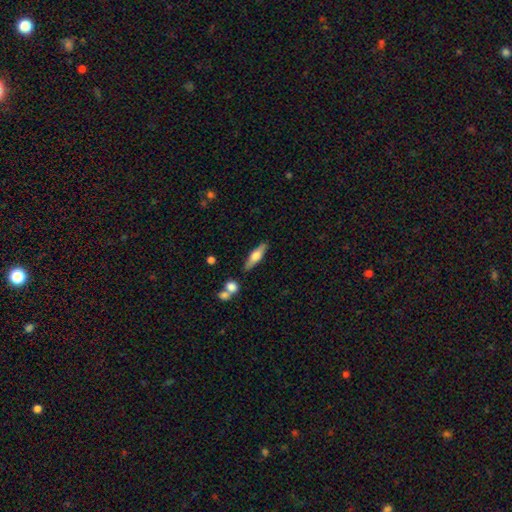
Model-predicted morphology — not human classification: A smooth galaxy with no disk features (54%) that is cigar-shaped (62%). Merging: none (82%).